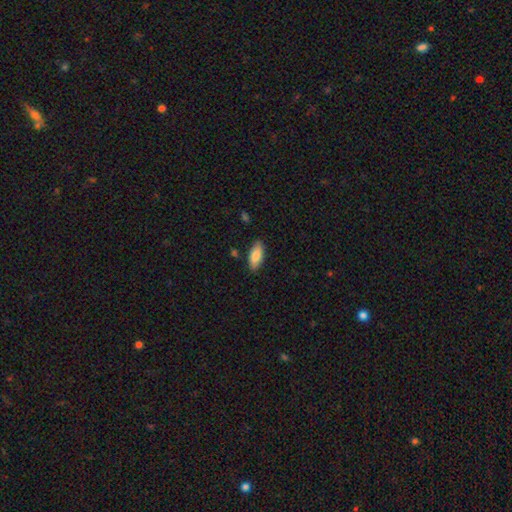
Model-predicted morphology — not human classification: This is clearly a smooth galaxy (83%). How rounded: clearly in between (86%). Merging: clearly none (83%).